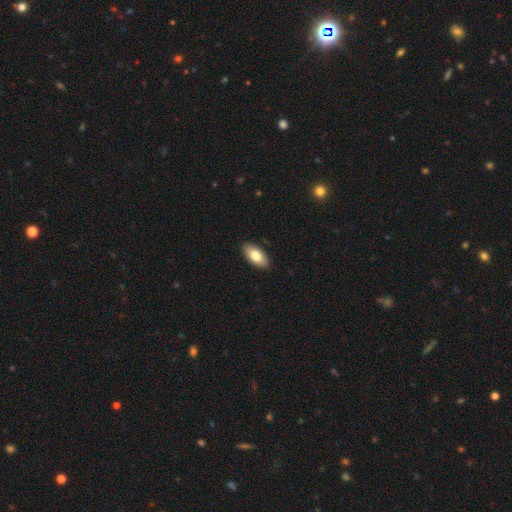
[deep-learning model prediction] Smooth or featured? smooth (80%)
How rounded? in between (92%)
Merging? none (90%)